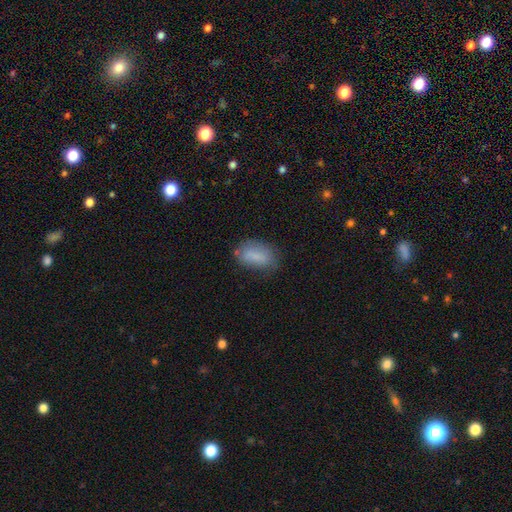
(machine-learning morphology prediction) Smooth or featured? smooth (79%)
How rounded? in between (90%)
Merging? none (62%)